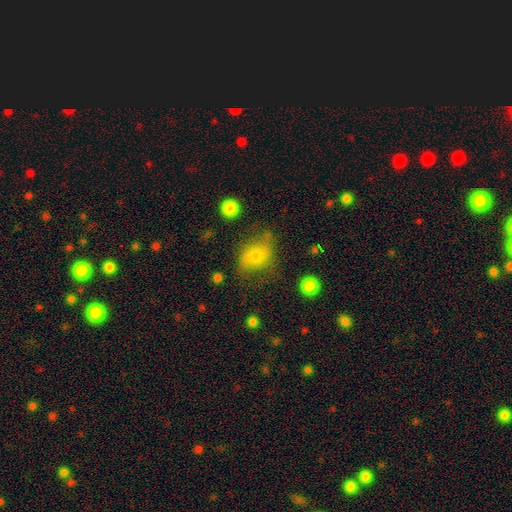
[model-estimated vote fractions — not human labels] This is likely a smooth galaxy (62%). How rounded: likely in between (65%). Merging: possibly none (55%).